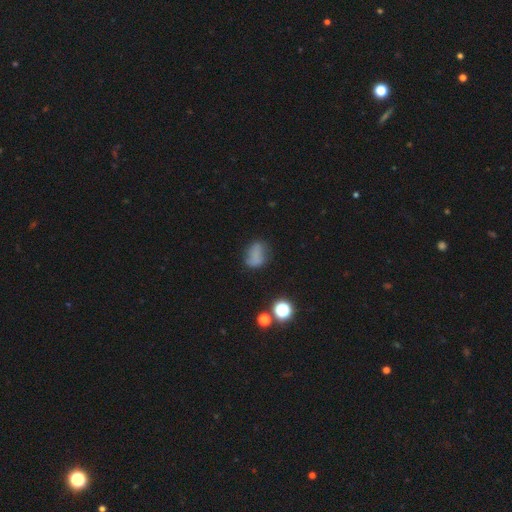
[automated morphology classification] Overall: smooth (67%). How rounded: in between (68%; round 30%). Merging: none (54%; minor disturbance 29%).